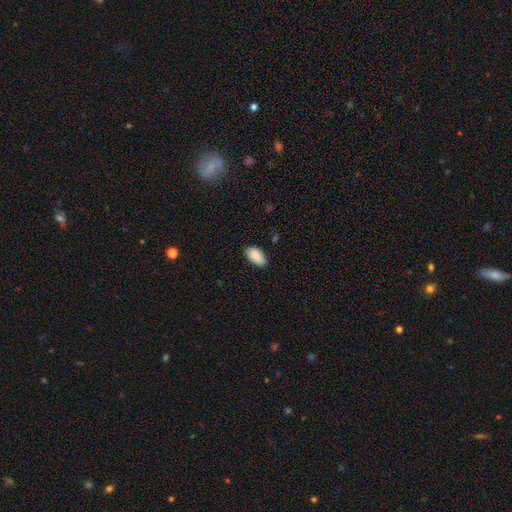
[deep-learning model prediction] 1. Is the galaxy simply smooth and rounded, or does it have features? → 87% smooth, 7% featured or disk, 7% star or artifact.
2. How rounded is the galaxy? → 95% in between, 3% round, 2% cigar-shaped.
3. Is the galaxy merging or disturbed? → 79% none, 18% minor disturbance, 3% major disturbance, 1% merger.